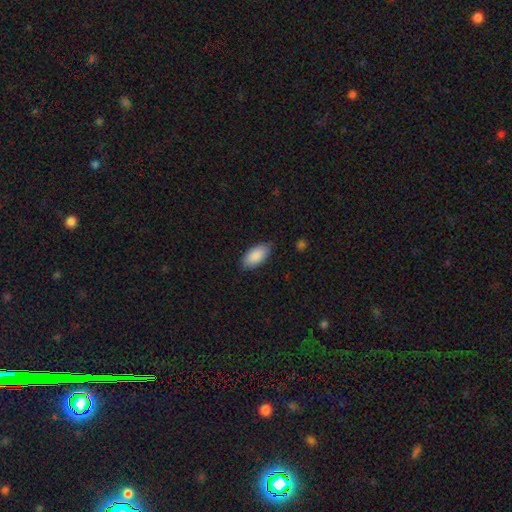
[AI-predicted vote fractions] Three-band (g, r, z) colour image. It shows a smooth galaxy with no disk features (89%) that is in between round and cigar-shaped (93%). Merging: none (83%).